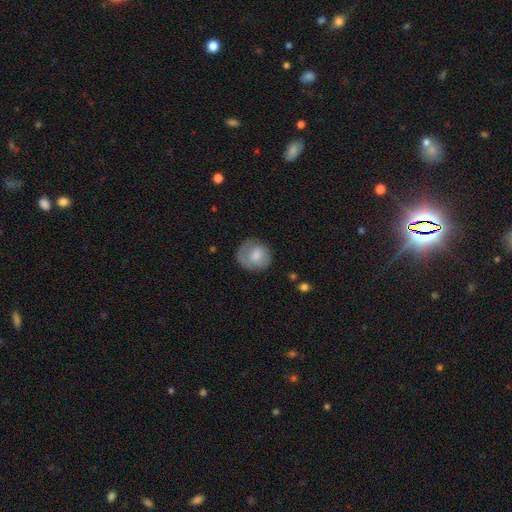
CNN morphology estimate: smooth-or-featured: smooth: 71% | featured or disk: 22% | star or artifact: 7%
  how-rounded: round: 76% | in between: 23% | cigar-shaped: 1%
  merging: none: 59% | minor disturbance: 27% | major disturbance: 12% | merger: 2%